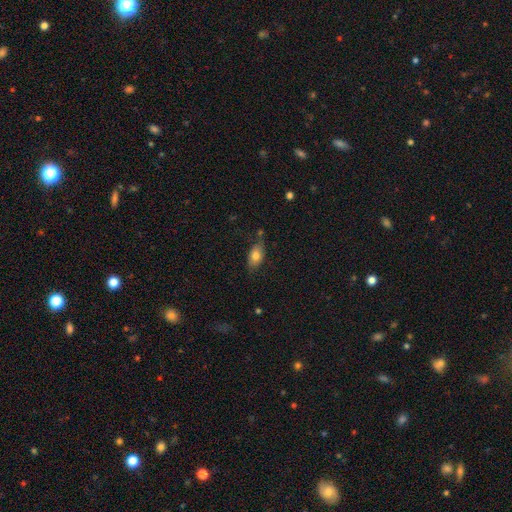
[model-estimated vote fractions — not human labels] Morphology: type=smooth (75%); roundness=in between (86%); merging=none (69%).